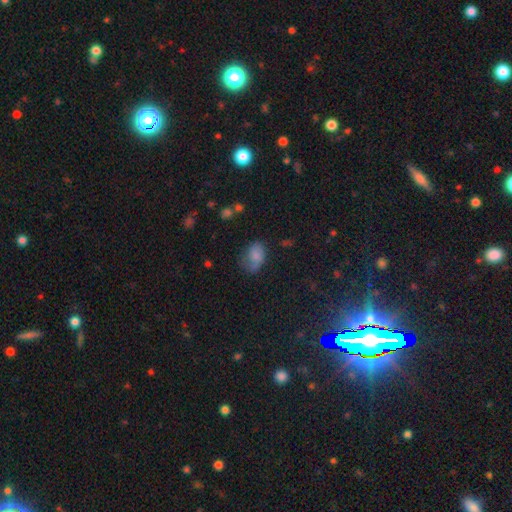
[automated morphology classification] Smooth or featured? Predicted: smooth (p=0.75). How rounded? Predicted: in between (p=0.82). Merging? Predicted: none (p=0.45).